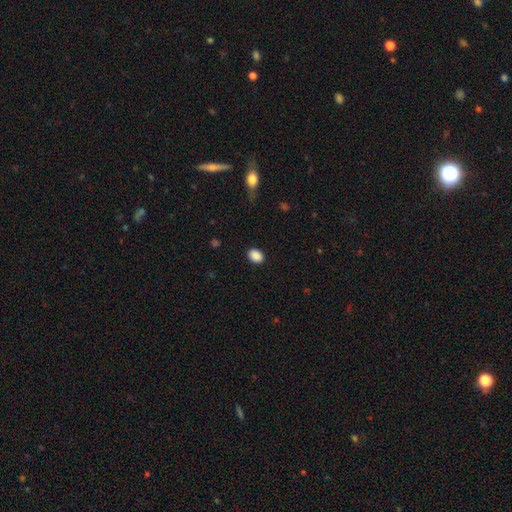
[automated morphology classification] Q: Smooth or featured?
A: smooth (89%); runner-up: star or artifact (8%)
Q: How rounded?
A: in between (72%); runner-up: round (27%)
Q: Merging?
A: none (89%); runner-up: minor disturbance (8%)